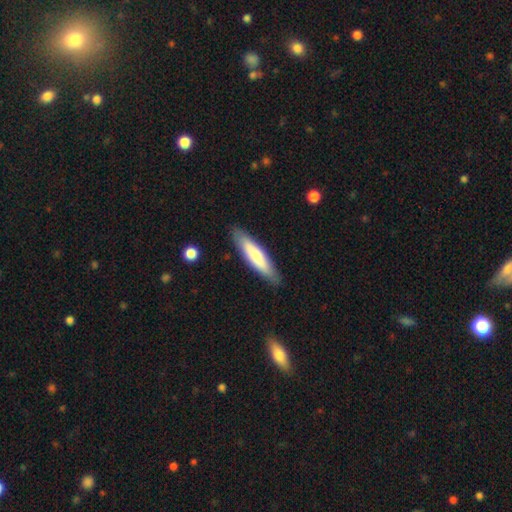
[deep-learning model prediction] smooth_or_featured: smooth (p=0.68) [alt: featured or disk p=0.27]
how_rounded: cigar-shaped (p=0.77) [alt: in between p=0.21]
merging: none (p=0.87) [alt: minor disturbance p=0.10]